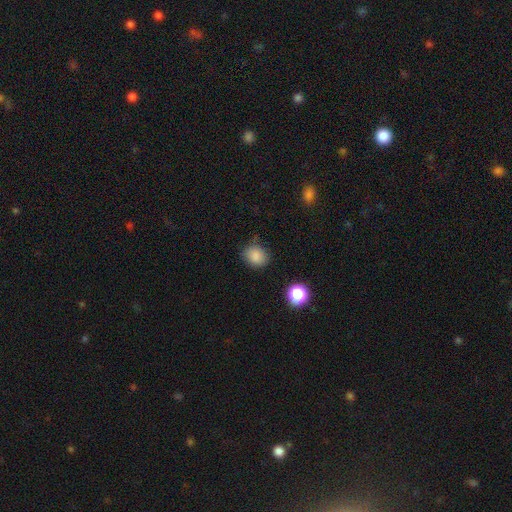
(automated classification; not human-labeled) The model was most divided on "how rounded": round: 62%, in between: 37%, cigar-shaped: 1%. More confident: smooth or featured — smooth (84%); merging — none (77%).